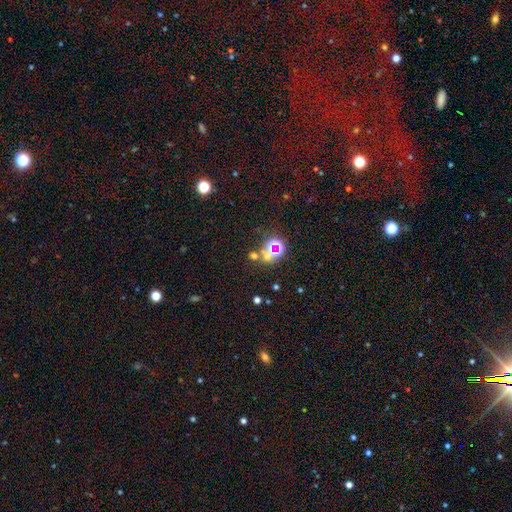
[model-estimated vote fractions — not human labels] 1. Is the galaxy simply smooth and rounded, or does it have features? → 68% star or artifact, 21% smooth, 11% featured or disk.